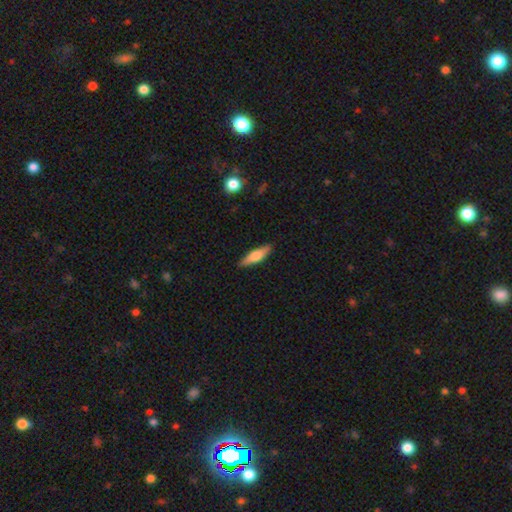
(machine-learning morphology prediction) A smooth galaxy with no disk features (56%) that is cigar-shaped (67%). Merging: none (88%).